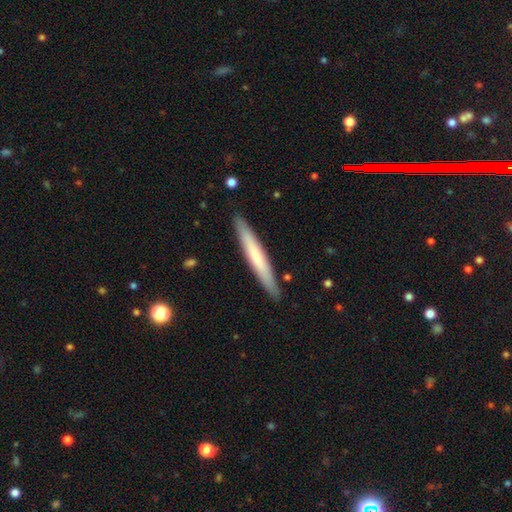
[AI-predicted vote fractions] Q: Smooth or featured?
A: smooth (60%); runner-up: featured or disk (35%)
Q: How rounded?
A: cigar-shaped (96%); runner-up: in between (3%)
Q: Merging?
A: none (90%); runner-up: minor disturbance (7%)